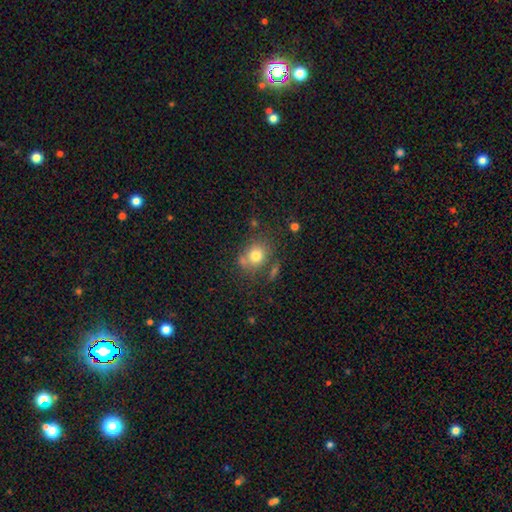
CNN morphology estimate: Overall: smooth (76%). How rounded: round (63%; in between 36%). Merging: none (65%).